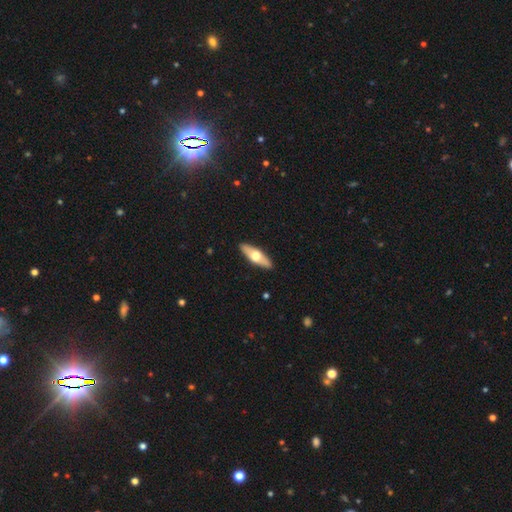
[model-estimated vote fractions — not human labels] Smooth or featured? smooth (50%)
Merging? none (91%)